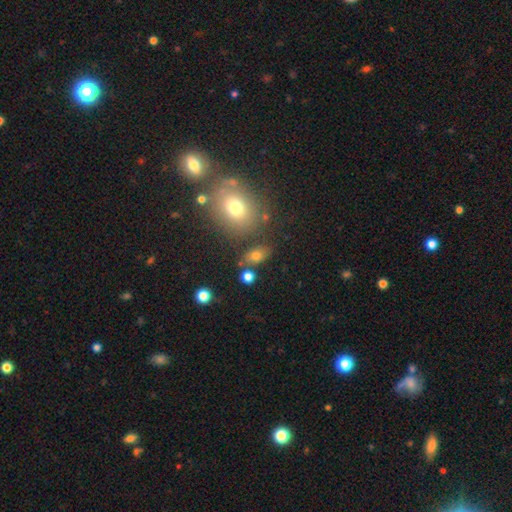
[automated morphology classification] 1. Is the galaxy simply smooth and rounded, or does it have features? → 73% smooth, 15% star or artifact, 12% featured or disk.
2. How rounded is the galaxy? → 78% in between, 19% round, 3% cigar-shaped.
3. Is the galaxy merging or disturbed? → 73% none, 13% minor disturbance, 9% merger, 5% major disturbance.